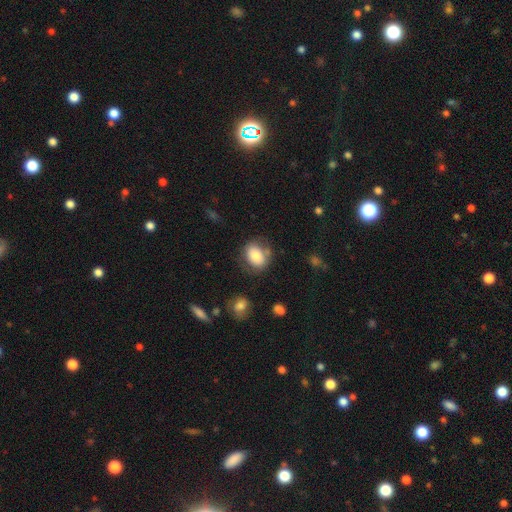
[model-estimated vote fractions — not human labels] Smooth or featured? smooth (78%)
How rounded? in between (60%)
Merging? none (67%)